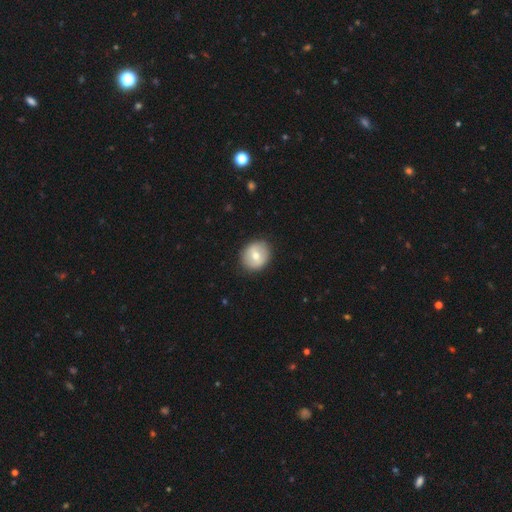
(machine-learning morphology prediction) smooth 62%, featured or disk 31%, star or artifact 7%. Down the decision tree: how rounded — round (82%); merging — none (88%).